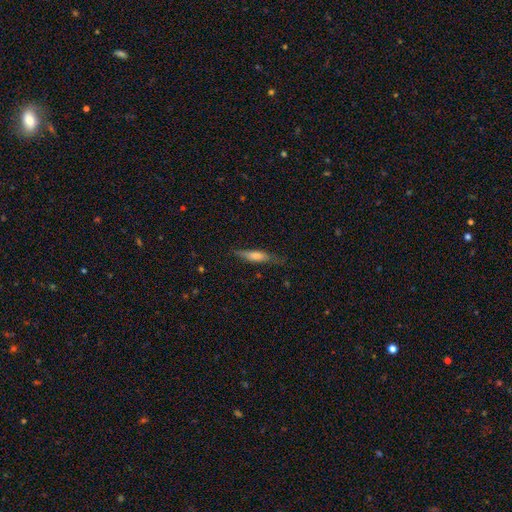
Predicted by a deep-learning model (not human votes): smooth_or_featured: smooth (p=0.47) [alt: featured or disk p=0.45]
merging: none (p=0.76) [alt: minor disturbance p=0.18]